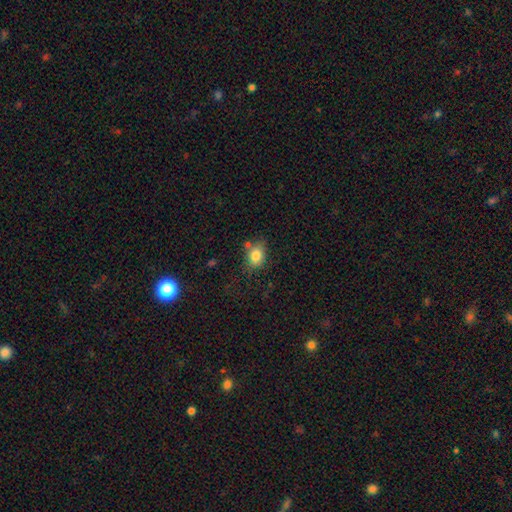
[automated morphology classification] smooth-or-featured: smooth: 83% | star or artifact: 9% | featured or disk: 8%
  how-rounded: in between: 65% | round: 34% | cigar-shaped: 1%
  merging: none: 65% | minor disturbance: 20% | merger: 9% | major disturbance: 6%